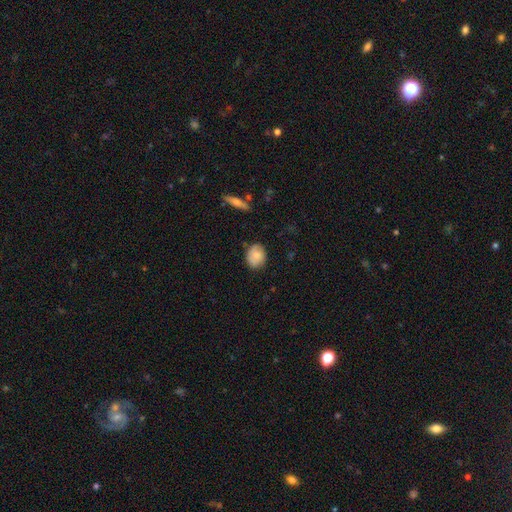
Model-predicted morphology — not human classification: This appears to be a smooth galaxy with no disk features (75%) that is in between round and cigar-shaped (52%). Merging: none (76%).